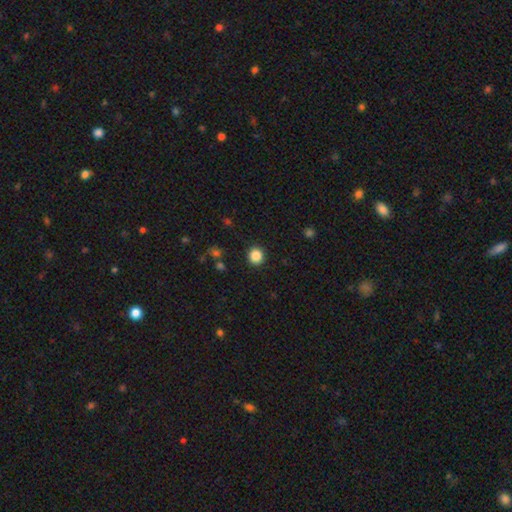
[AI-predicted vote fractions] Q: Smooth or featured?
A: smooth (86%); runner-up: star or artifact (10%)
Q: How rounded?
A: round (91%); runner-up: in between (8%)
Q: Merging?
A: none (91%); runner-up: minor disturbance (5%)